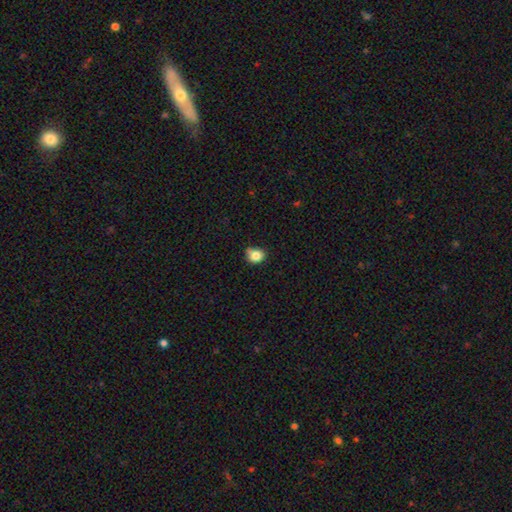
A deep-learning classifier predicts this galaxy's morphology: The model was most divided on "merging": none: 59%, minor disturbance: 28%, merger: 7%, major disturbance: 6%. More confident: smooth or featured — smooth (82%); how rounded — round (67%).